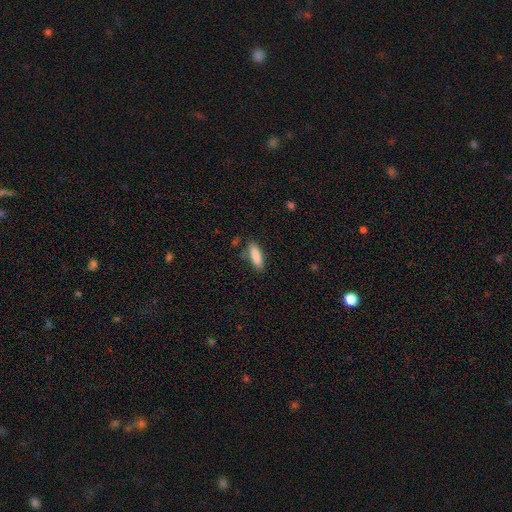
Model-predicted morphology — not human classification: A smooth galaxy with no disk features (87%) that is in between round and cigar-shaped (56%). Merging: none (78%).